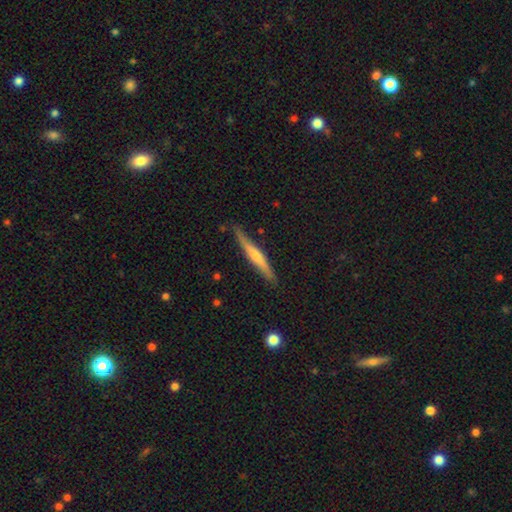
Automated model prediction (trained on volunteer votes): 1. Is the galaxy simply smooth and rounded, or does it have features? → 55% featured or disk, 40% smooth, 6% star or artifact.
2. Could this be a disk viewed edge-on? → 95% yes, 5% no.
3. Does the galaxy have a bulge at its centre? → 66% rounded, 28% none, 6% boxy.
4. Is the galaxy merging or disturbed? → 84% none, 13% minor disturbance, 2% major disturbance, 2% merger.